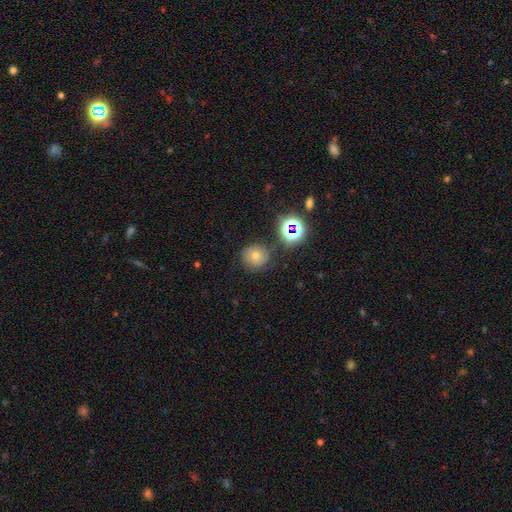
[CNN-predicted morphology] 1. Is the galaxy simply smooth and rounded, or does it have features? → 45% smooth, 31% star or artifact, 24% featured or disk.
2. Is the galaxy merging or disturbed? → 81% none, 11% minor disturbance, 4% major disturbance, 3% merger.